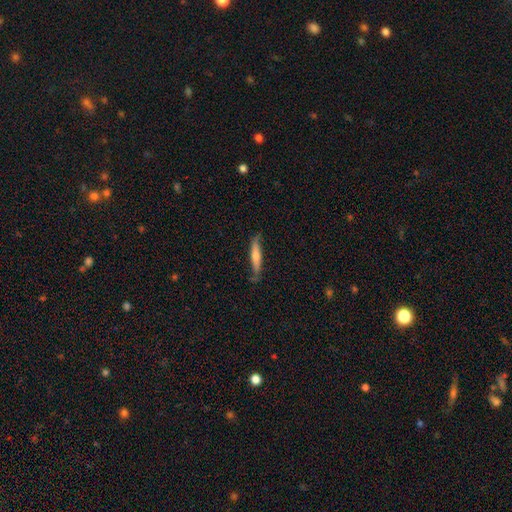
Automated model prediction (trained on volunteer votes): smooth-or-featured: featured or disk: 47% (tied) | smooth: 47% (tied) | star or artifact: 6%
  merging: none: 73% | minor disturbance: 21% | major disturbance: 4% | merger: 2%